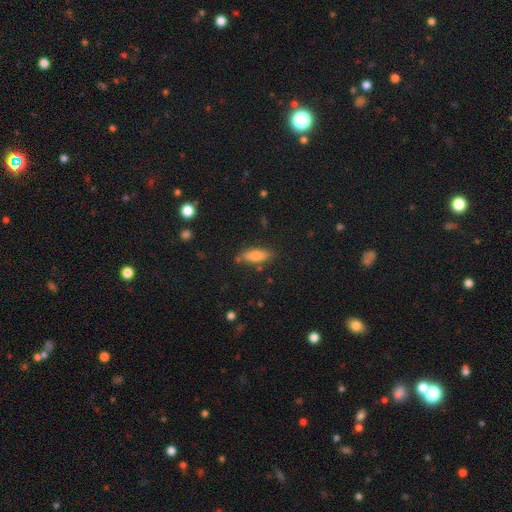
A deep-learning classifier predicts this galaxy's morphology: Smooth or featured? smooth (78%)
How rounded? in between (64%)
Merging? none (80%)